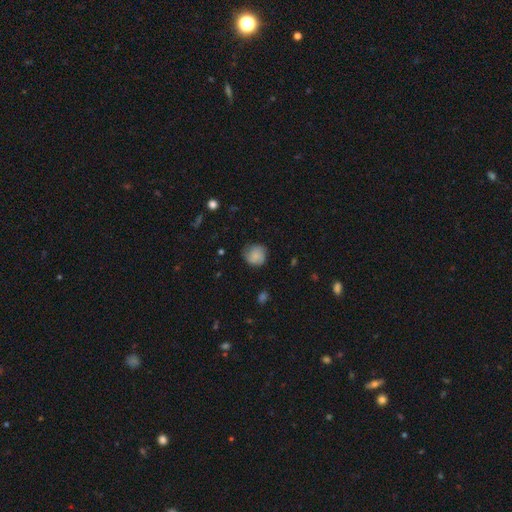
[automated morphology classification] A smooth galaxy with no disk features (79%) that is round (86%).

Vote fractions:
- Smooth or featured? smooth: 79% / featured or disk: 14% / star or artifact: 8%
- How rounded? round: 86% / in between: 13% / cigar-shaped: 1%
- Merging? none: 70% / minor disturbance: 23% / major disturbance: 6% / merger: 1%